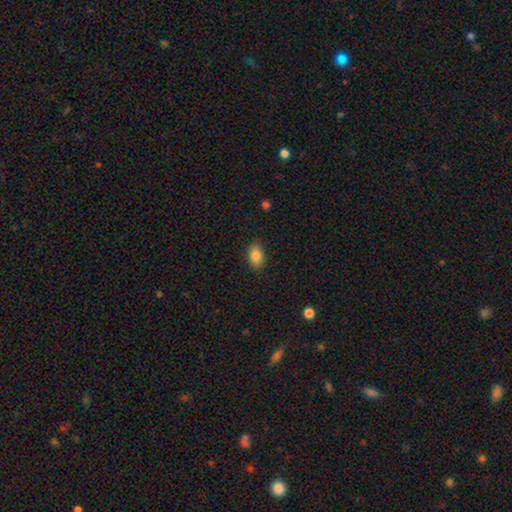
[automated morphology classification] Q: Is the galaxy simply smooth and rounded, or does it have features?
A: smooth — 85%.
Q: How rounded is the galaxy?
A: in between — 89%.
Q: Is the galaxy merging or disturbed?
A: none — 88%.